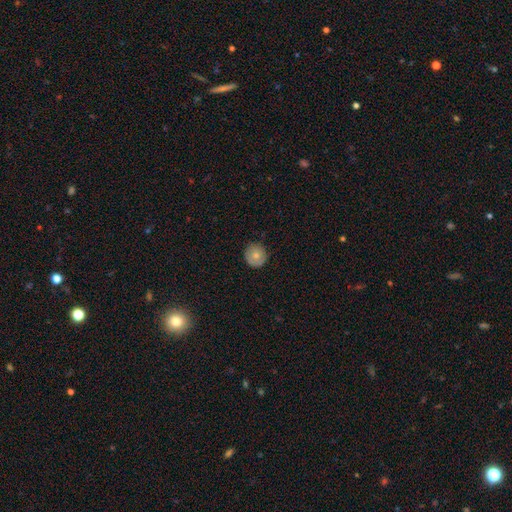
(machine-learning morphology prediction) Smooth or featured? smooth (71%)
How rounded? round (95%)
Merging? none (87%)